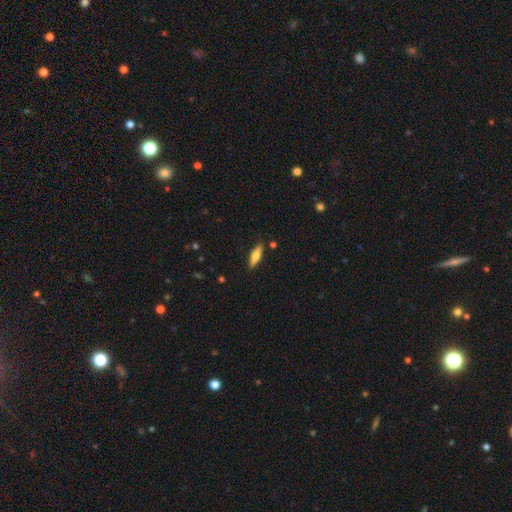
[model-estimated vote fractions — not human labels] Morphology: type=smooth (70%); roundness=cigar-shaped (57%); merging=none (85%).